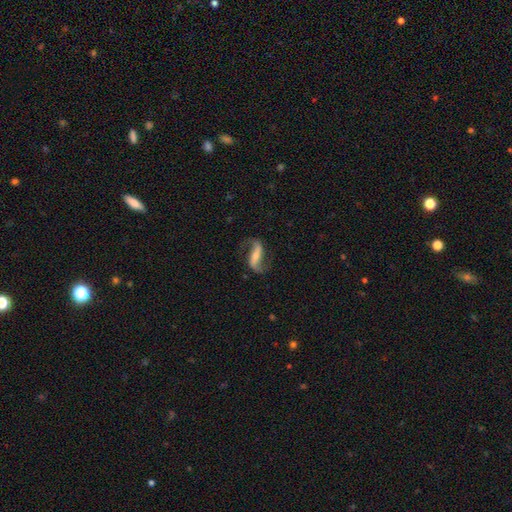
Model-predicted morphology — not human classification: smooth-or-featured: featured or disk: 84% | smooth: 11% | star or artifact: 6%
  disk-edge-on: no: 94% | yes: 6%
    bar: strong: 52% | weak: 27% | no: 21%
    has-spiral-arms: yes: 95% | no: 5%
      spiral-winding: loose: 75% | medium: 19% | tight: 5%
      spiral-arm-count: 2: 92% | 1: 3% | can't tell: 2% | 3: 1% | 4: 1% | more than 4: 1%
    bulge-size: small: 53% | moderate: 32% | none: 10% | large: 4% | dominant: 2%
  merging: none: 74% | minor disturbance: 14% | major disturbance: 10% | merger: 2%